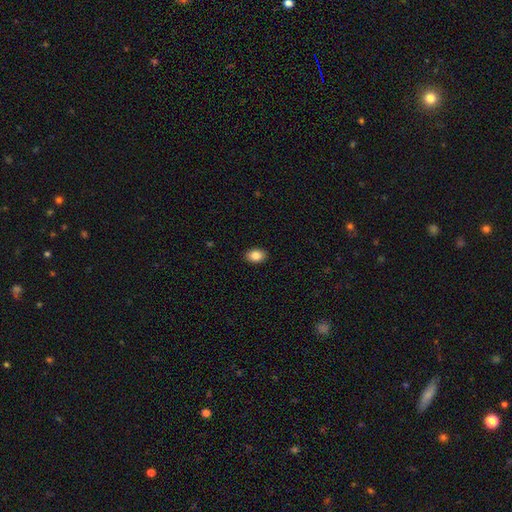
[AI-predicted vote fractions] Q: Smooth or featured?
A: smooth (85%); runner-up: star or artifact (9%)
Q: How rounded?
A: in between (77%); runner-up: round (22%)
Q: Merging?
A: none (90%); runner-up: minor disturbance (7%)